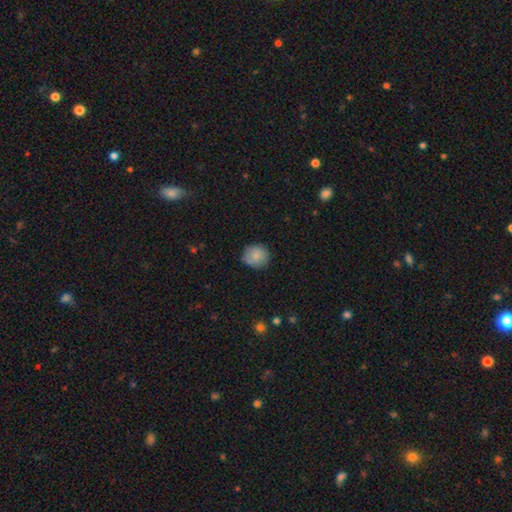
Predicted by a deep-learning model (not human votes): Smooth or featured? smooth (83%)
How rounded? round (87%)
Merging? none (80%)